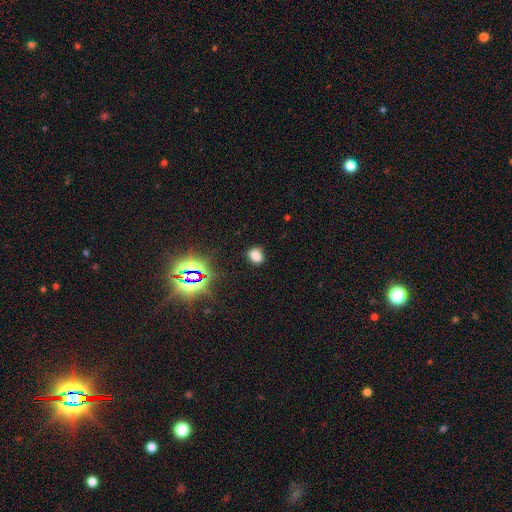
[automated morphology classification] Smooth or featured?
  - smooth: 73% *
  - star or artifact: 21%
  - featured or disk: 6%
How rounded?
  - round: 50% *
  - in between: 48%
  - cigar-shaped: 1%
Merging?
  - none: 82% *
  - minor disturbance: 12%
  - major disturbance: 4%
  - merger: 2%